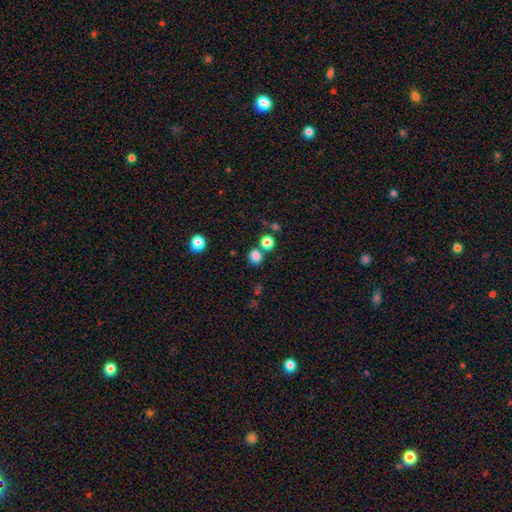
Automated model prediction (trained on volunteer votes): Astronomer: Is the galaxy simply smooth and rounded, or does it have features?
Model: smooth — 82%.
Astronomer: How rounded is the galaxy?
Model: round — 87%.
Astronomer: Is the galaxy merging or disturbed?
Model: none — 74%.